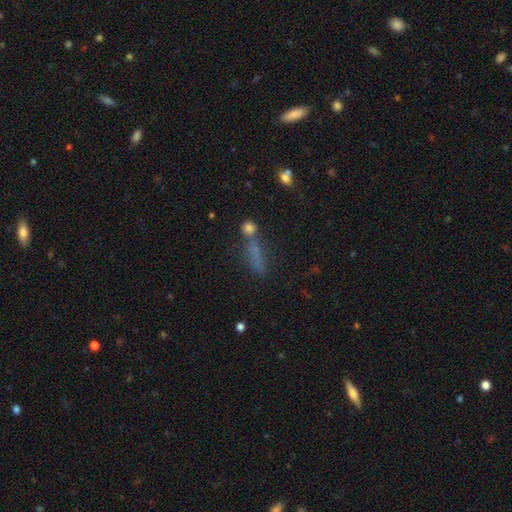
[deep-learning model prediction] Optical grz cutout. It shows a smooth galaxy with no disk features (58%) that is cigar-shaped (60%). Merging: none (50%).